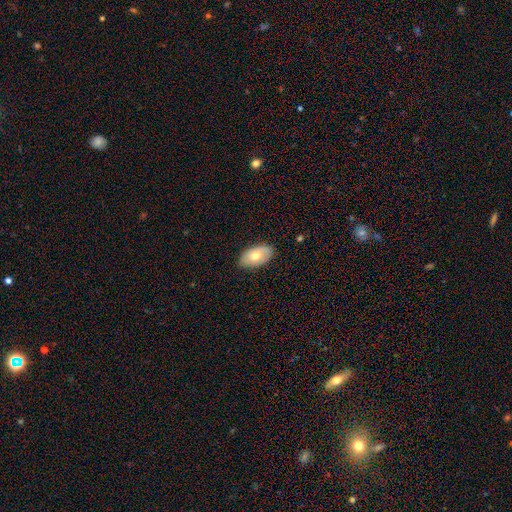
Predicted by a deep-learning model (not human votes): Q: Smooth or featured?
A: smooth (67%); runner-up: featured or disk (27%)
Q: How rounded?
A: in between (94%); runner-up: round (4%)
Q: Merging?
A: none (84%); runner-up: minor disturbance (12%)